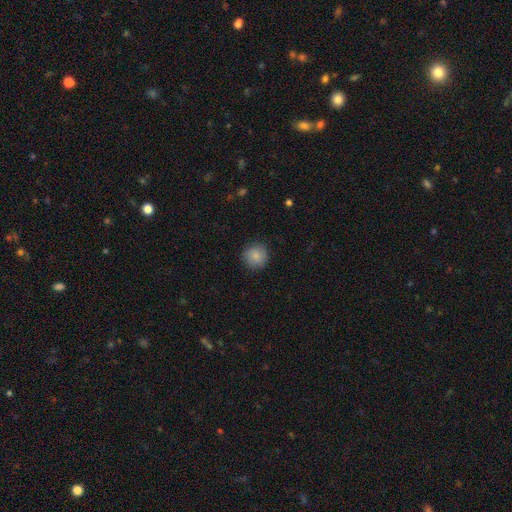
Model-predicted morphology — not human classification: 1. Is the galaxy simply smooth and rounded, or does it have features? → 86% smooth, 8% star or artifact, 5% featured or disk.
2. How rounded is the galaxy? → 93% round, 6% in between, 1% cigar-shaped.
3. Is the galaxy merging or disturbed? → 88% none, 9% minor disturbance, 2% major disturbance, 1% merger.